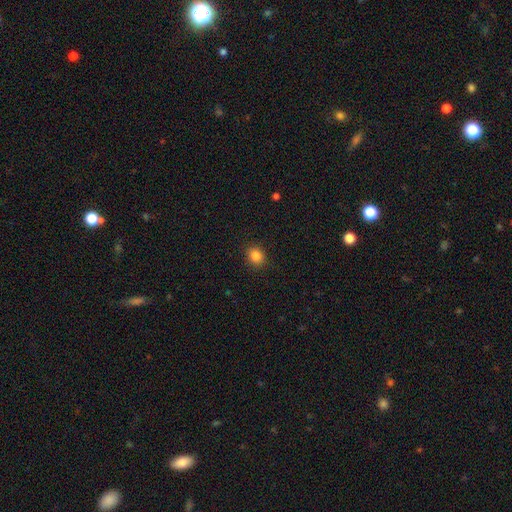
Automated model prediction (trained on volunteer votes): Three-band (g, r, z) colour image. It shows a smooth galaxy with no disk features (84%) that is round (74%). Merging: none (91%).